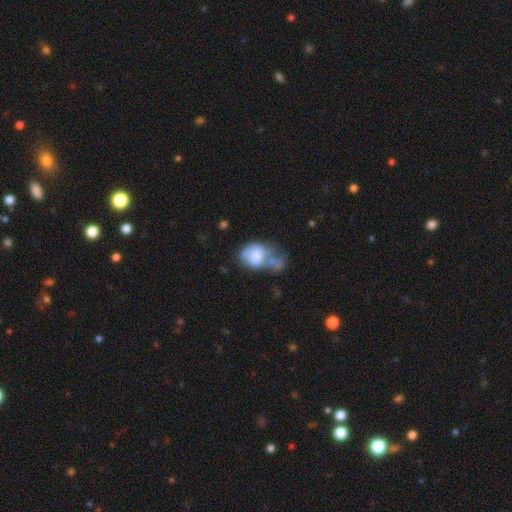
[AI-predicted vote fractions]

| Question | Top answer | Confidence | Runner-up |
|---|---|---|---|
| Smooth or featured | smooth | 68% | featured or disk (24%) |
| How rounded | in between | 67% | round (32%) |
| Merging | merger | 46% | major disturbance (19%) |